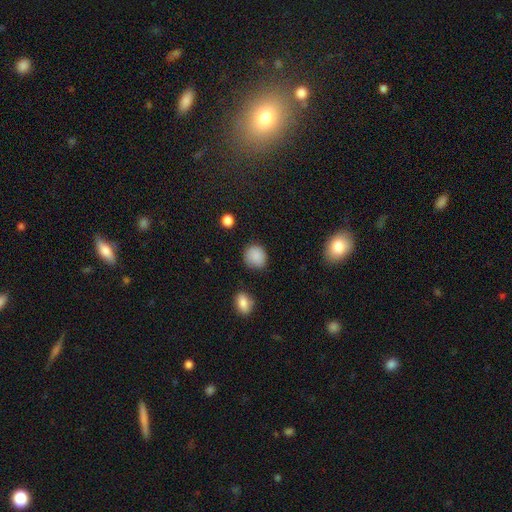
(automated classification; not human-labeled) smooth 87%, star or artifact 9%, featured or disk 4%. Down the decision tree: how rounded — round (82%); merging — none (80%).